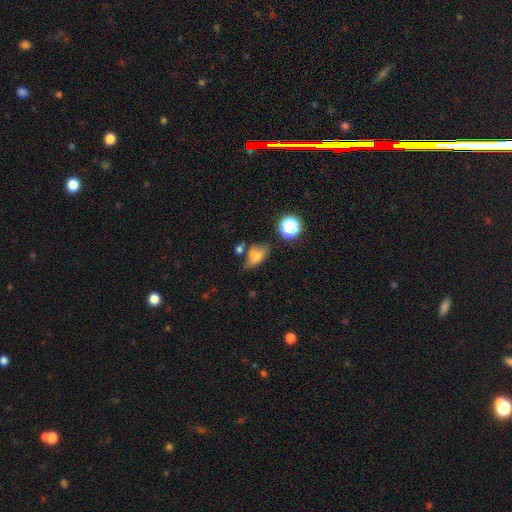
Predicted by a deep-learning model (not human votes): Smooth or featured: smooth — 61% (featured or disk — 23%)
How rounded: in between — 75% (round — 16%)
Merging: none — 43% (minor disturbance — 27%)